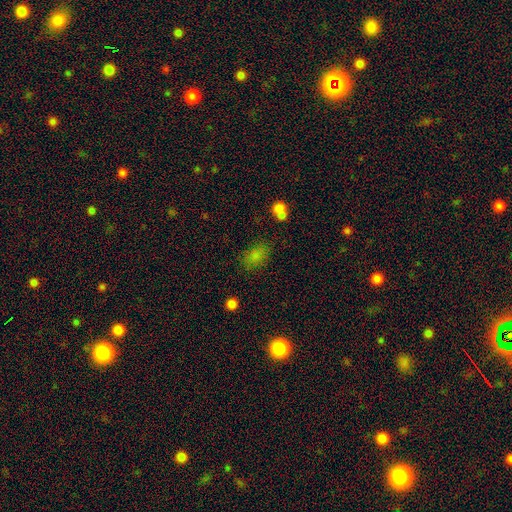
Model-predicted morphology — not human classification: smooth_or_featured: smooth (p=0.76) [alt: star or artifact p=0.15]
how_rounded: in between (p=0.78) [alt: round p=0.20]
merging: none (p=0.69) [alt: minor disturbance p=0.17]